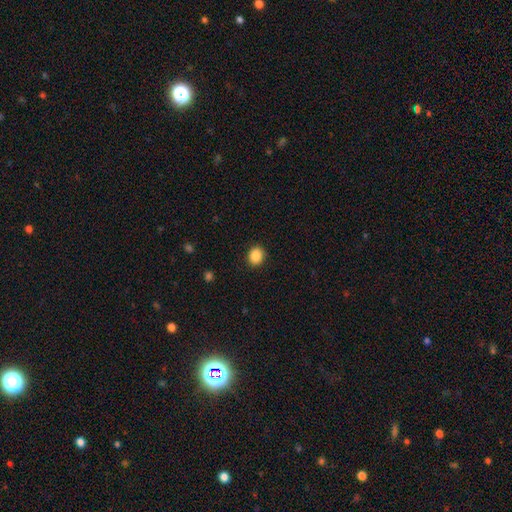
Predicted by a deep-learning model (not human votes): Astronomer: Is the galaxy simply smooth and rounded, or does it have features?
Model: smooth — 88%.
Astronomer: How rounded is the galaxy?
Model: round — 70%.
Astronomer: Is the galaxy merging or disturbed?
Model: none — 90%.